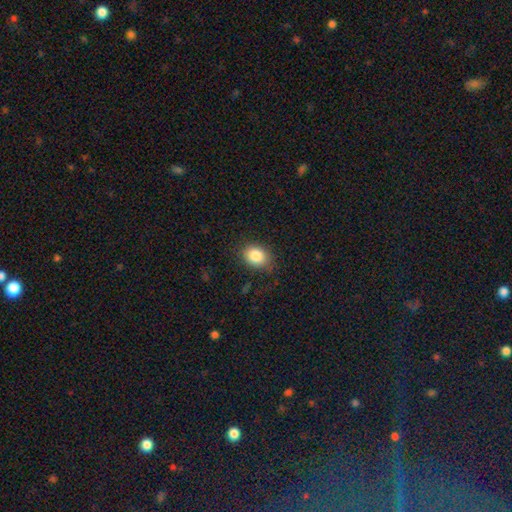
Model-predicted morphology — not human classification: smooth_or_featured: smooth (p=0.85) [alt: star or artifact p=0.09]
how_rounded: in between (p=0.66) [alt: round p=0.33]
merging: none (p=0.81) [alt: minor disturbance p=0.14]